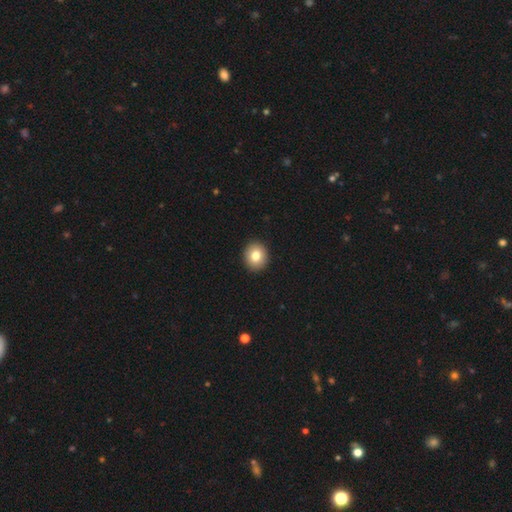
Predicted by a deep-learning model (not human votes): Morphology: type=smooth (80%); roundness=round (78%); merging=none (93%).